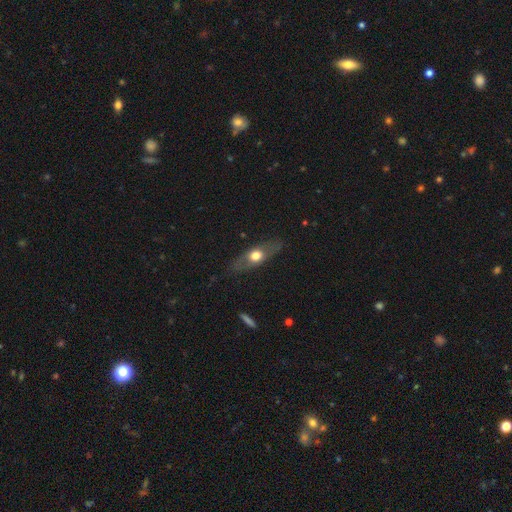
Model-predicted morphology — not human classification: A smooth galaxy with no disk features (47%, tied with featured or disk).

Vote fractions:
- Smooth or featured? smooth: 47% (tied) / featured or disk: 47% (tied) / star or artifact: 6%
- Merging? none: 82% / minor disturbance: 13% / major disturbance: 4% / merger: 1%